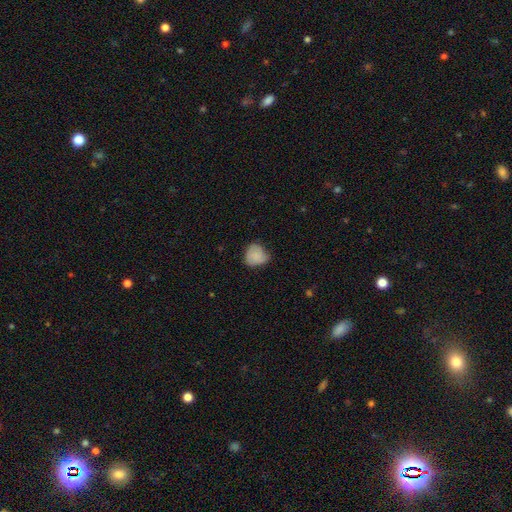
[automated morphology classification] Q: Smooth or featured?
A: smooth (80%); runner-up: featured or disk (12%)
Q: How rounded?
A: round (68%); runner-up: in between (31%)
Q: Merging?
A: none (54%); runner-up: minor disturbance (36%)